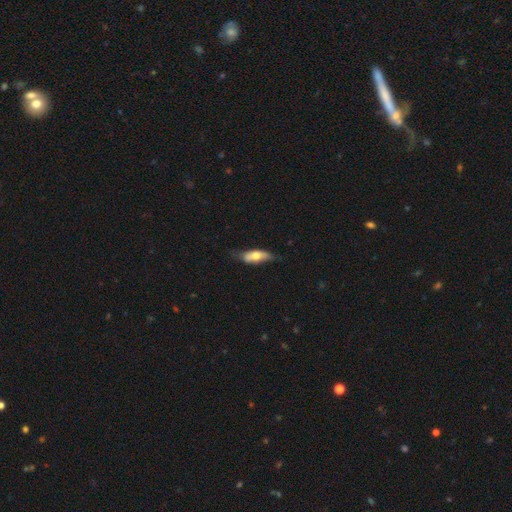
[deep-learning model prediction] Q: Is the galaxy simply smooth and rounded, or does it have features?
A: smooth — 59%.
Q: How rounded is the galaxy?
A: in between — 68%.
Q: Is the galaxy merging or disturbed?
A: none — 61%.